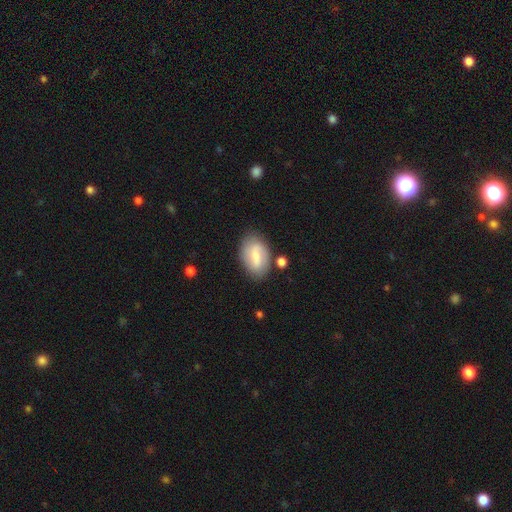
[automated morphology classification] This appears to be a smooth galaxy with no disk features (53%) that is in between round and cigar-shaped (89%). Merging: none (74%).